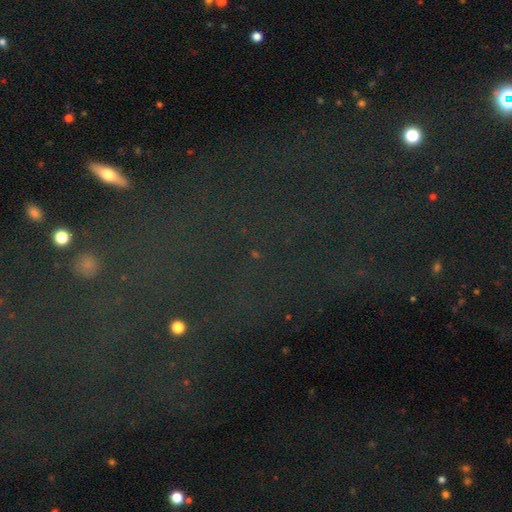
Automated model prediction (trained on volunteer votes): Overall: star or artifact (72%).